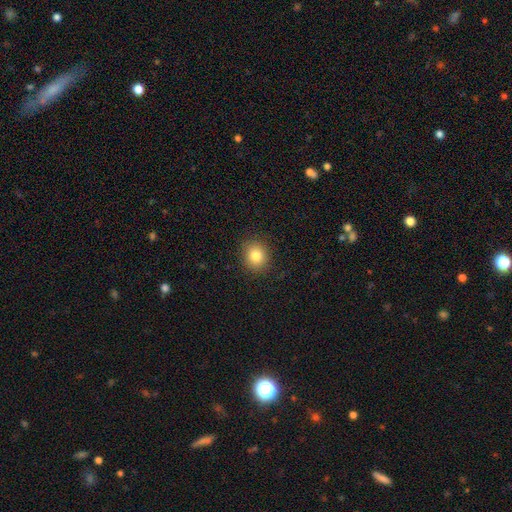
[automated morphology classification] type=smooth (82%); roundness=round (76%); merging=none (89%).